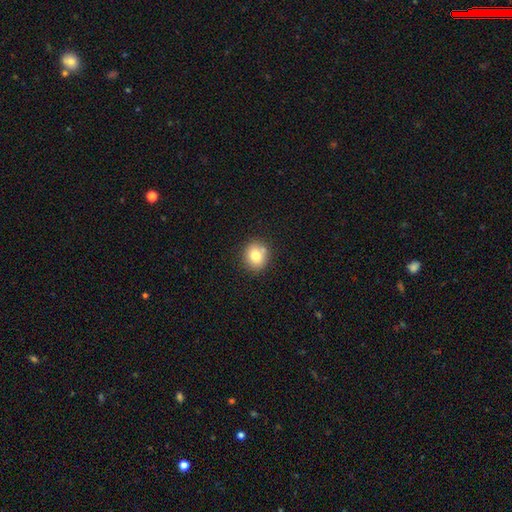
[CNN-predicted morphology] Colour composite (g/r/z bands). It shows a smooth galaxy with no disk features (79%) that is round (76%). Merging: none (78%).